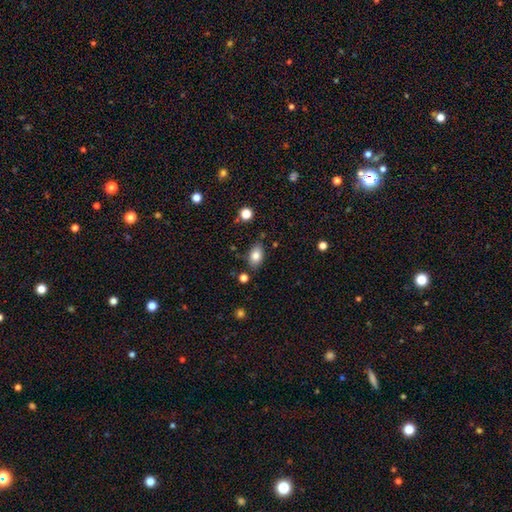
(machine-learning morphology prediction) Smooth or featured? smooth (82%)
How rounded? in between (85%)
Merging? none (79%)